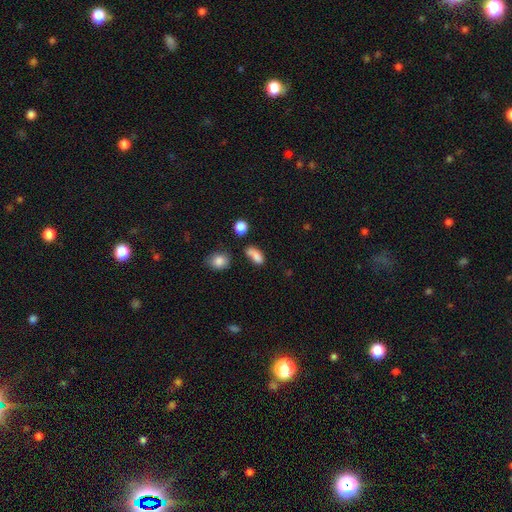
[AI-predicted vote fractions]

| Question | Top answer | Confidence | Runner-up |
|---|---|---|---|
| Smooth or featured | smooth | 80% | star or artifact (11%) |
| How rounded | in between | 81% | round (11%) |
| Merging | none | 40% | merger (27%) |